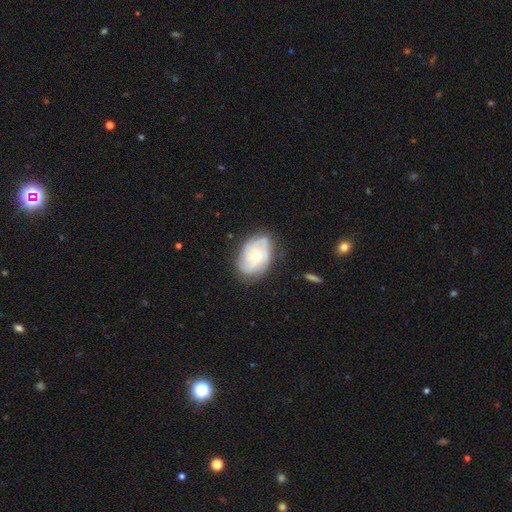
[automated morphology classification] Q: Smooth or featured?
A: featured or disk (70%); runner-up: smooth (23%)
Q: Edge-on disk?
A: no (97%); runner-up: yes (3%)
Q: Bar?
A: no (76%); runner-up: weak (21%)
Q: Spiral arms?
A: yes (89%); runner-up: no (11%)
Q: Spiral winding?
A: tight (50%); runner-up: medium (37%)
Q: Spiral arm count?
A: 3 (31%); tied with: can't tell (31%)
Q: Bulge size?
A: moderate (48%); runner-up: small (47%)
Q: Merging?
A: none (71%); runner-up: minor disturbance (21%)